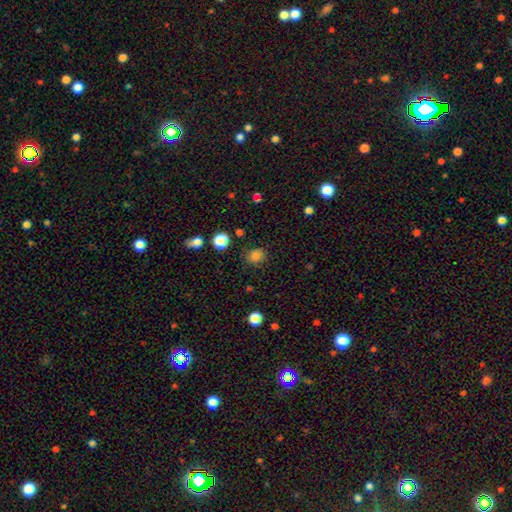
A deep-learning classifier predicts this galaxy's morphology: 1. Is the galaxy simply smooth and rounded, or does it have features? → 82% smooth, 13% star or artifact, 5% featured or disk.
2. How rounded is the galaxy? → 77% round, 22% in between, 1% cigar-shaped.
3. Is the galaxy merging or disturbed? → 84% none, 11% minor disturbance, 3% major disturbance, 2% merger.